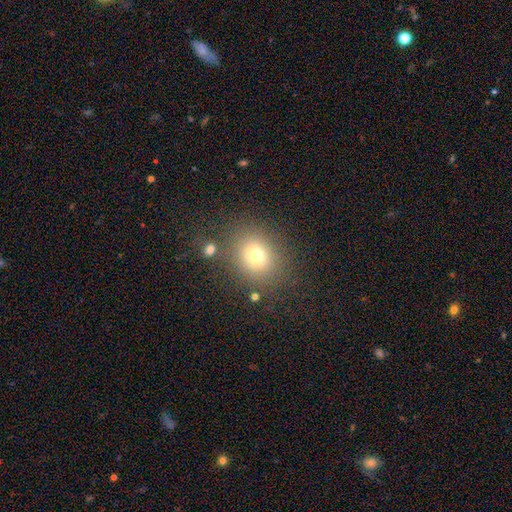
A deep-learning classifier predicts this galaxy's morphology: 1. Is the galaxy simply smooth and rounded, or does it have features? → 73% smooth, 16% star or artifact, 11% featured or disk.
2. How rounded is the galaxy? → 62% round, 37% in between, 1% cigar-shaped.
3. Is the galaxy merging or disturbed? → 80% none, 10% minor disturbance, 5% merger, 5% major disturbance.